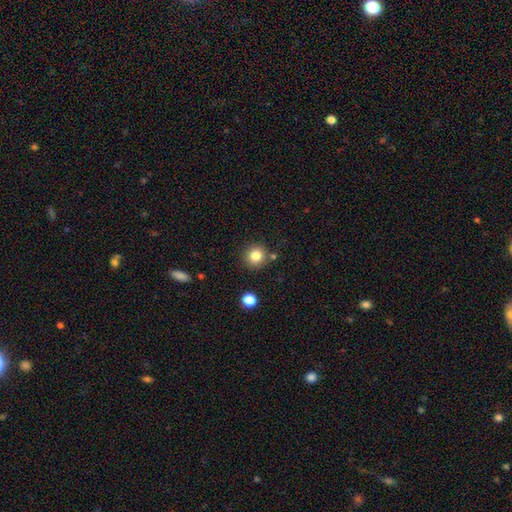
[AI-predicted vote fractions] The model was most divided on "smooth or featured": smooth: 82%, star or artifact: 11%, featured or disk: 6%. More confident: how rounded — round (92%); merging — none (85%).